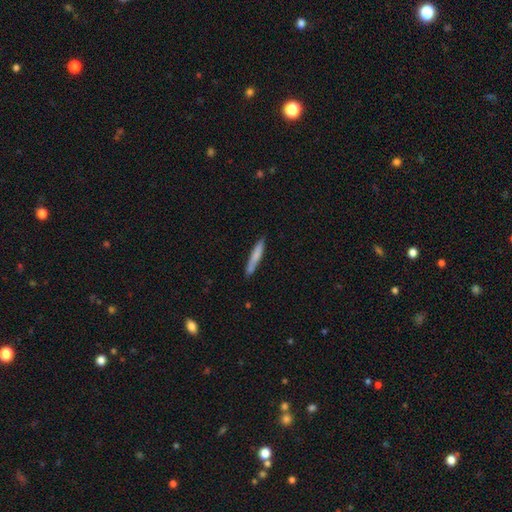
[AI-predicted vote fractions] Q: Smooth or featured?
A: smooth (75%); runner-up: featured or disk (19%)
Q: How rounded?
A: cigar-shaped (94%); runner-up: in between (5%)
Q: Merging?
A: none (83%); runner-up: minor disturbance (13%)